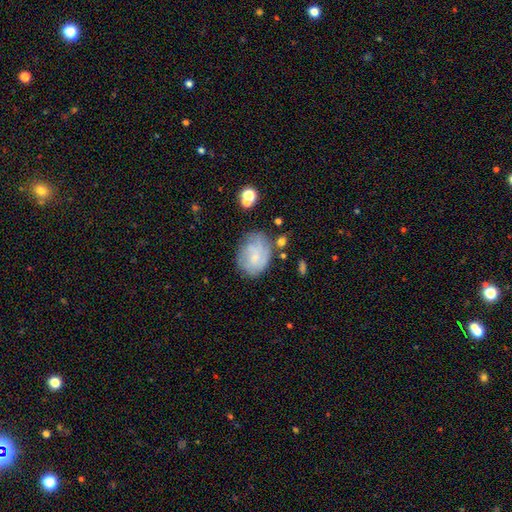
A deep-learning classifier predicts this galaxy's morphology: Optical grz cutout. It shows a featured or disk galaxy (48%). Merging: none (57%).